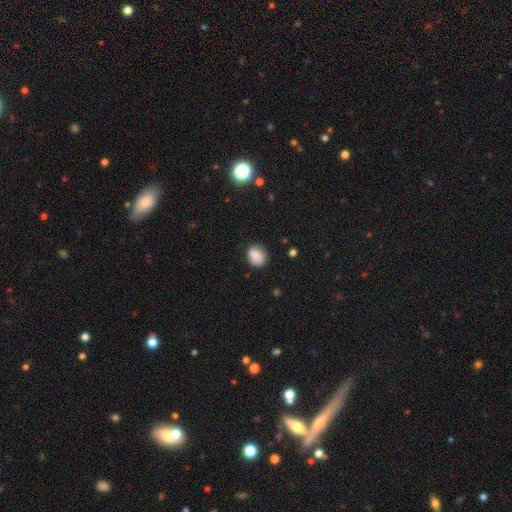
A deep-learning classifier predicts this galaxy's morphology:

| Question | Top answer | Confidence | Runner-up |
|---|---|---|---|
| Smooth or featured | smooth | 84% | star or artifact (9%) |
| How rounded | round | 51% | in between (48%) |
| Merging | none | 79% | minor disturbance (16%) |